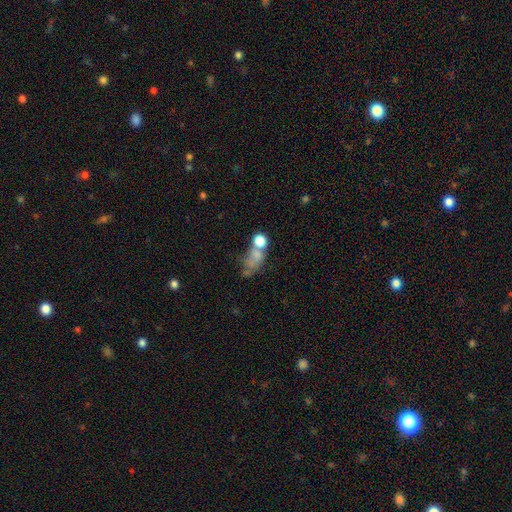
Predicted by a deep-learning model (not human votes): smooth 61%, featured or disk 23%, star or artifact 16%. Down the decision tree: how rounded — in between (57%); merging — merger (44%).